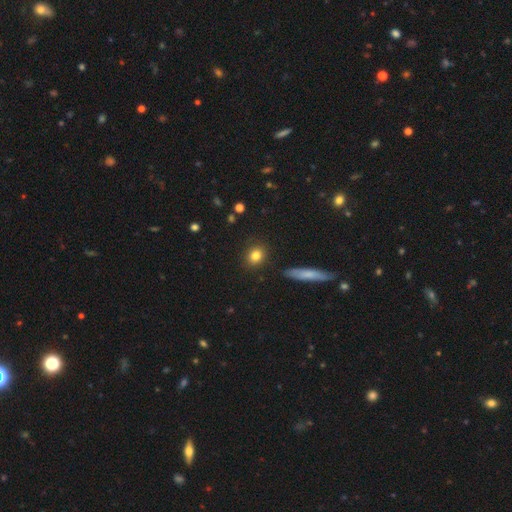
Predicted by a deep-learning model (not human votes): A smooth galaxy with no disk features (83%) that is round (68%).

Vote fractions:
- Smooth or featured? smooth: 83% / star or artifact: 9% / featured or disk: 8%
- How rounded? round: 68% / in between: 29% / cigar-shaped: 3%
- Merging? none: 89% / minor disturbance: 7% / major disturbance: 2% / merger: 2%